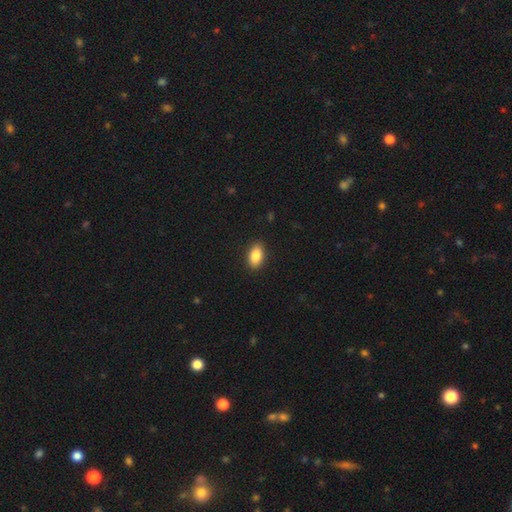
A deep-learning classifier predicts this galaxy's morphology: This is clearly a smooth galaxy (86%). How rounded: clearly in between (90%). Merging: clearly none (90%).